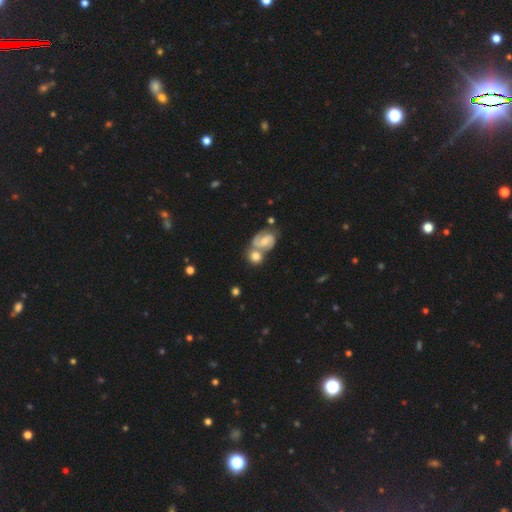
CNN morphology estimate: Overall: smooth (50%; featured or disk 29%). Merging: merger (47%; none 36%).